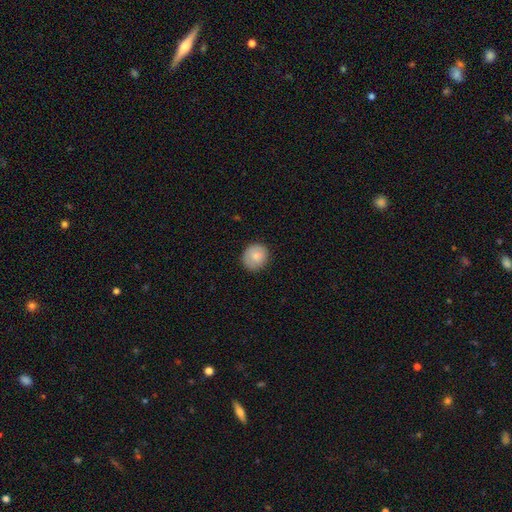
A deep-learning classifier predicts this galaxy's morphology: This appears to be a smooth galaxy with no disk features (82%) that is round (84%). Merging: none (86%).